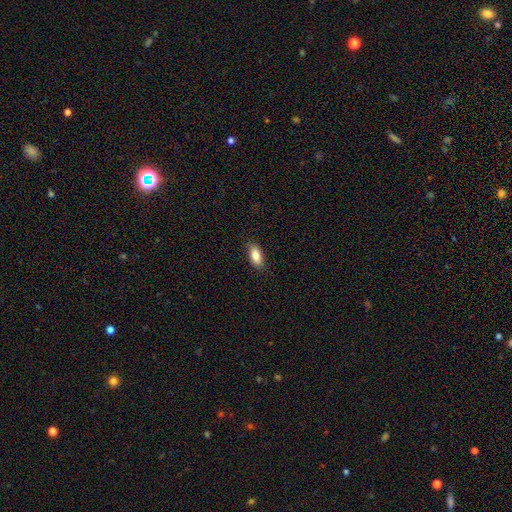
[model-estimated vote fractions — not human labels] Morphology: type=smooth (84%); roundness=in between (88%); merging=none (87%).